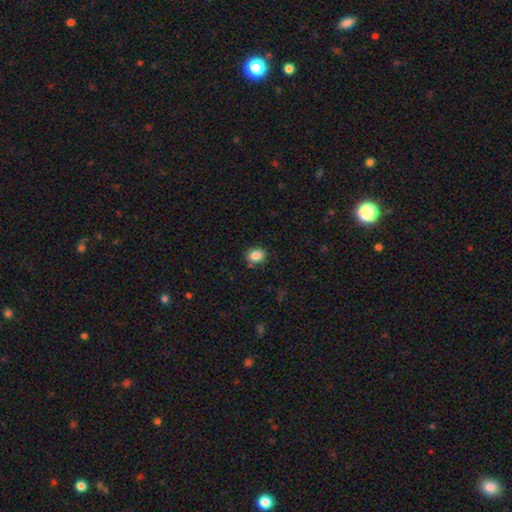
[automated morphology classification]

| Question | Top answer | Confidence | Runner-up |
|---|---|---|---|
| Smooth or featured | smooth | 86% | star or artifact (10%) |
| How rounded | round | 54% | in between (45%) |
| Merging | none | 86% | minor disturbance (10%) |